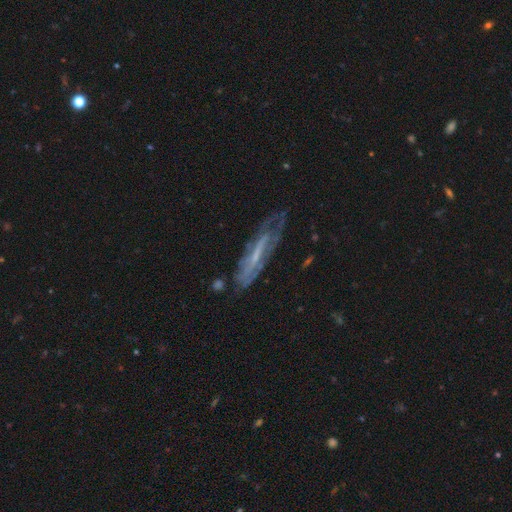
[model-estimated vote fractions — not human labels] Smooth or featured: featured or disk — 68% (smooth — 23%)
Edge-on disk: no — 58% (yes — 42%)
Merging: none — 55% (minor disturbance — 25%)